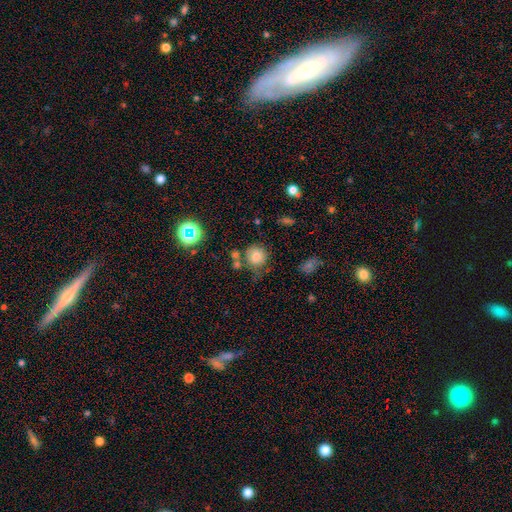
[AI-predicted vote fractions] A smooth galaxy with no disk features (78%) that is round (88%). Merging: none (62%).